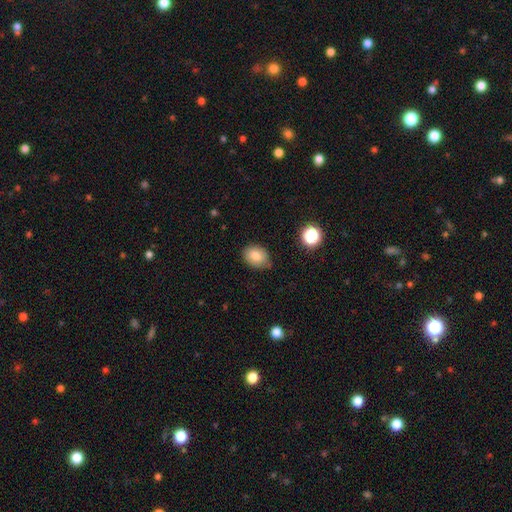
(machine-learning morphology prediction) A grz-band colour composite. It shows a smooth galaxy with no disk features (80%) that is in between round and cigar-shaped (66%). Merging: none (77%).